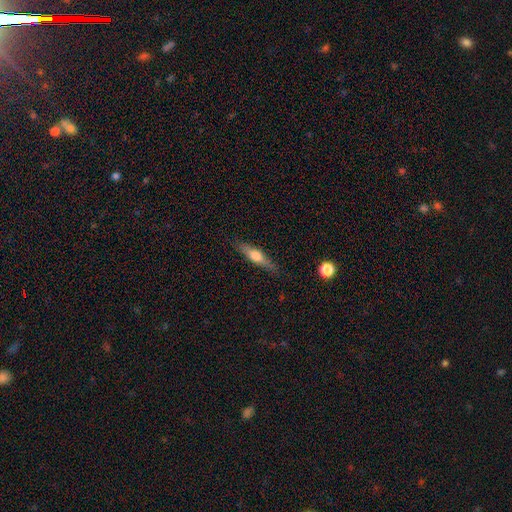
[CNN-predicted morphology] Smooth or featured: featured or disk — 47% (smooth — 46%)
Merging: none — 83% (minor disturbance — 13%)